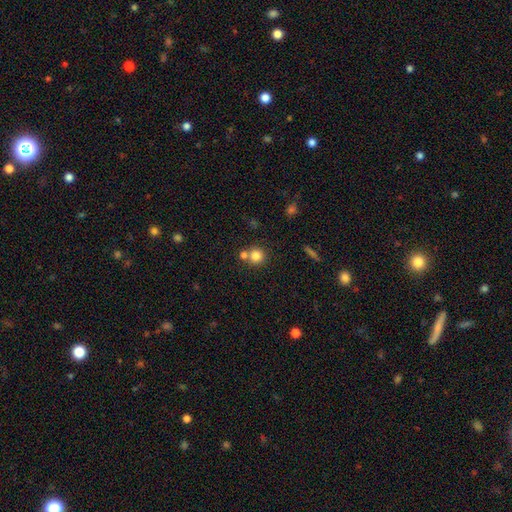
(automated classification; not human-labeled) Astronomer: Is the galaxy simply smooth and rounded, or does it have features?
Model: smooth — 81%.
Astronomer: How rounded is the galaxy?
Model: round — 91%.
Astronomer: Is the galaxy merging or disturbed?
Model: none — 60%.